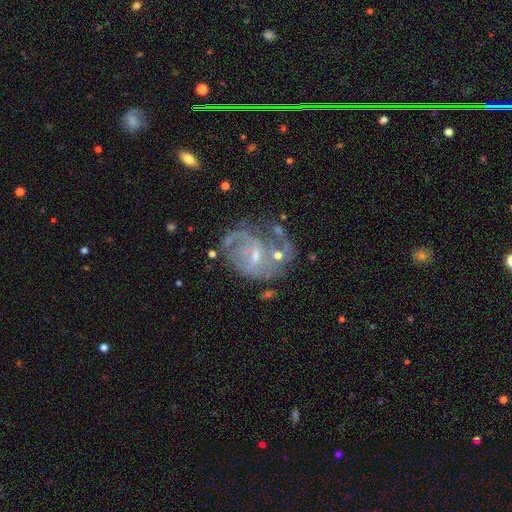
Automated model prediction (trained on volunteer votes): This appears to be a featured or disk galaxy (78%) with a weak bar (50%), medium (41%) spiral arms (83%) and a small central bulge (64%). Merging: none (42%).